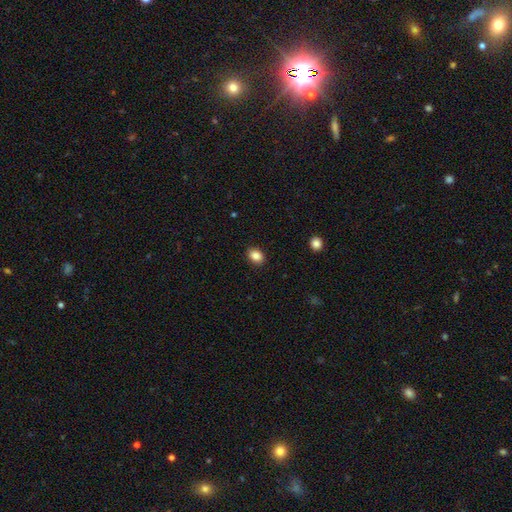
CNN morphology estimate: Smooth or featured?
  - smooth: 87% *
  - star or artifact: 9%
  - featured or disk: 4%
How rounded?
  - in between: 62% *
  - round: 37%
  - cigar-shaped: 1%
Merging?
  - none: 89% *
  - minor disturbance: 8%
  - major disturbance: 2%
  - merger: 1%